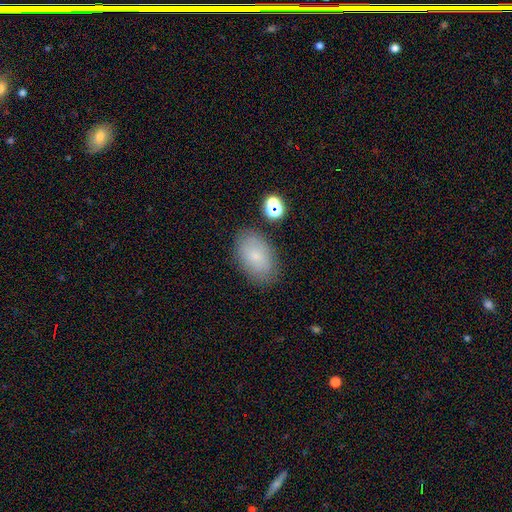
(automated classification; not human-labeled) Overall: smooth (75%). How rounded: in between (91%). Merging: none (81%).